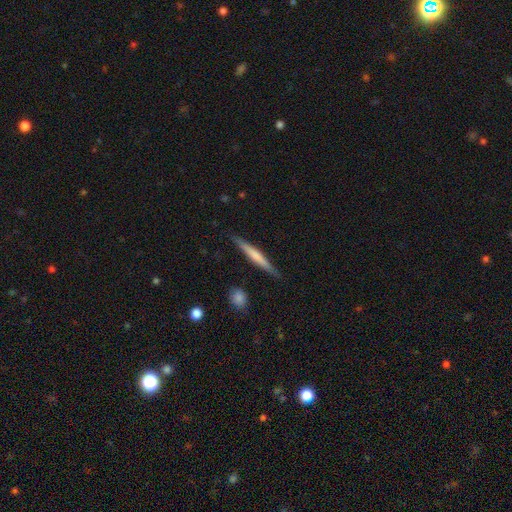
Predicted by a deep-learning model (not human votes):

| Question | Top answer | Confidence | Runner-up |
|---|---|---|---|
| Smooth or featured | smooth | 50% | featured or disk (45%) |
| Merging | none | 88% | minor disturbance (9%) |